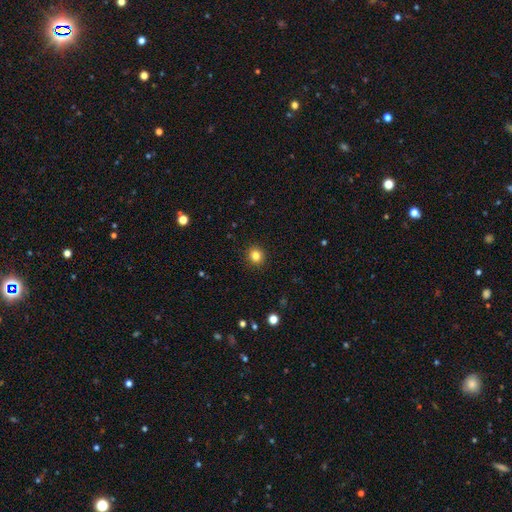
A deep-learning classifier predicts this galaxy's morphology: Smooth or featured? Predicted: smooth (p=0.83). How rounded? Predicted: round (p=0.89). Merging? Predicted: none (p=0.92).